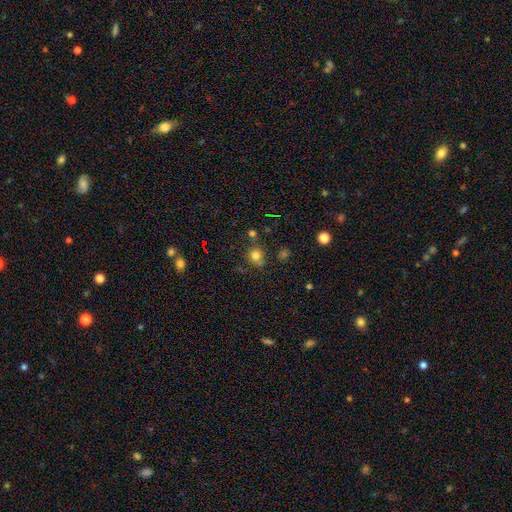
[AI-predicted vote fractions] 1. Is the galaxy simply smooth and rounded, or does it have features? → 77% smooth, 16% star or artifact, 7% featured or disk.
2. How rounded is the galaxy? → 83% round, 16% in between, 1% cigar-shaped.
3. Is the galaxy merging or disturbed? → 70% none, 16% minor disturbance, 9% merger, 5% major disturbance.